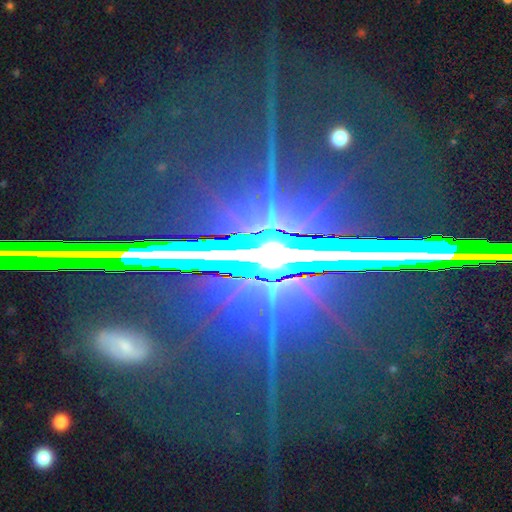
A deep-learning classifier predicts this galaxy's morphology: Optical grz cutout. It shows a star or artifact, not a galaxy (57%).